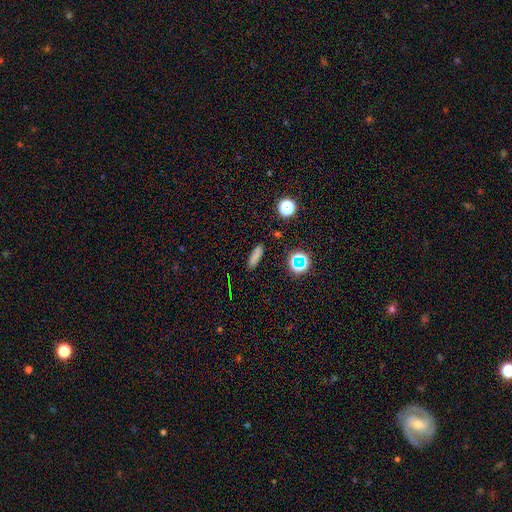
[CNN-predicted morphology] Smooth or featured: smooth — 74% (star or artifact — 19%)
How rounded: cigar-shaped — 58% (in between — 37%)
Merging: none — 86% (minor disturbance — 9%)